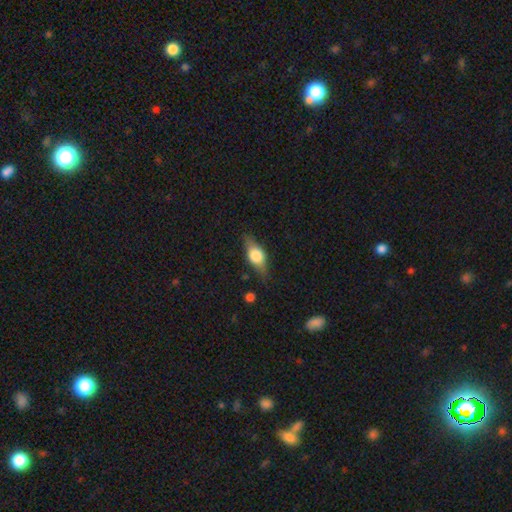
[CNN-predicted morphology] smooth-or-featured: smooth: 50% | featured or disk: 43% | star or artifact: 7%
  how-rounded: in between: 71% | cigar-shaped: 20% | round: 9%
  merging: none: 76% | minor disturbance: 18% | major disturbance: 5% | merger: 2%